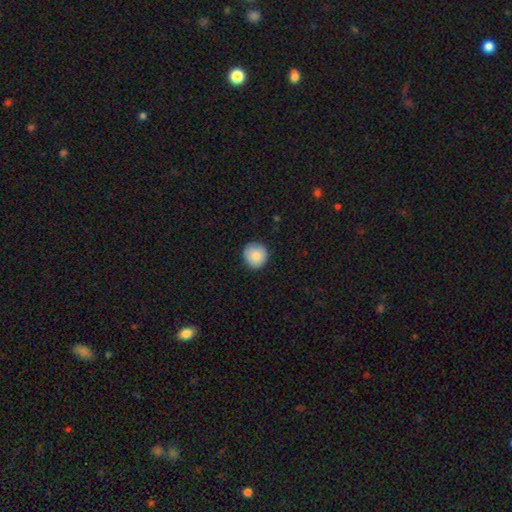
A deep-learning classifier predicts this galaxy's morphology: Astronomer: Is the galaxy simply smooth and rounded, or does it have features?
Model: smooth — 86%.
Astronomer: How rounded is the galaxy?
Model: round — 94%.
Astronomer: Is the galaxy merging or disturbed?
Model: none — 88%.